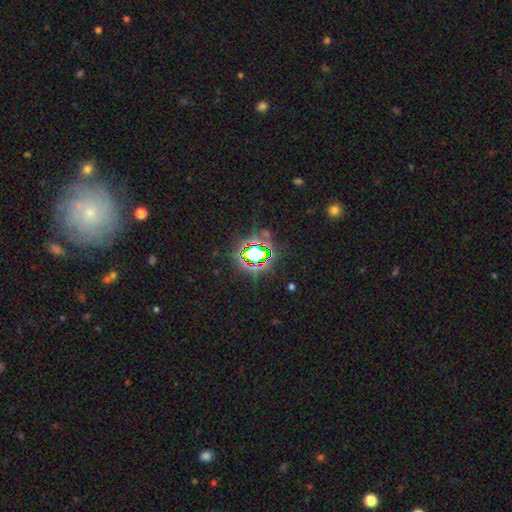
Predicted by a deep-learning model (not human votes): Smooth or featured? star or artifact (74%)